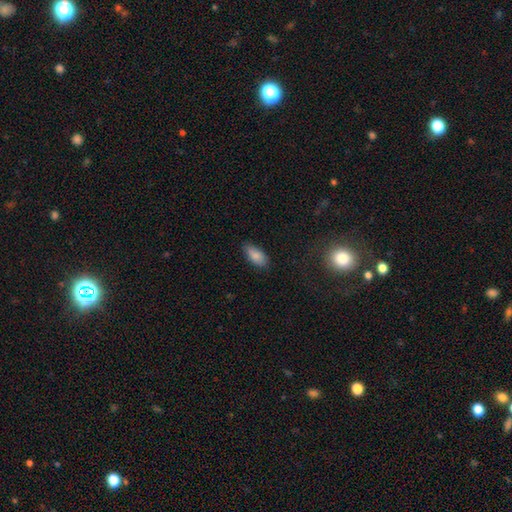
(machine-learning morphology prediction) Q: Smooth or featured?
A: smooth (85%); runner-up: star or artifact (7%)
Q: How rounded?
A: in between (89%); runner-up: cigar-shaped (8%)
Q: Merging?
A: none (79%); runner-up: minor disturbance (17%)